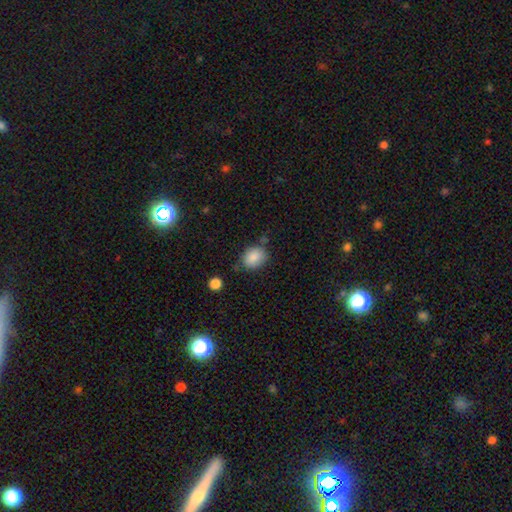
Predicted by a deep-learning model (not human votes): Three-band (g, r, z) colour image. It shows a smooth galaxy with no disk features (86%) that is in between round and cigar-shaped (54%). Merging: none (73%).